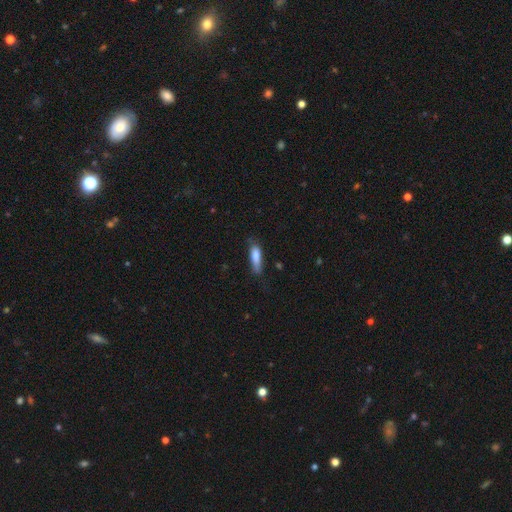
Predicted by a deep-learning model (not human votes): A smooth galaxy with no disk features (79%) that is cigar-shaped (55%). Merging: none (62%).